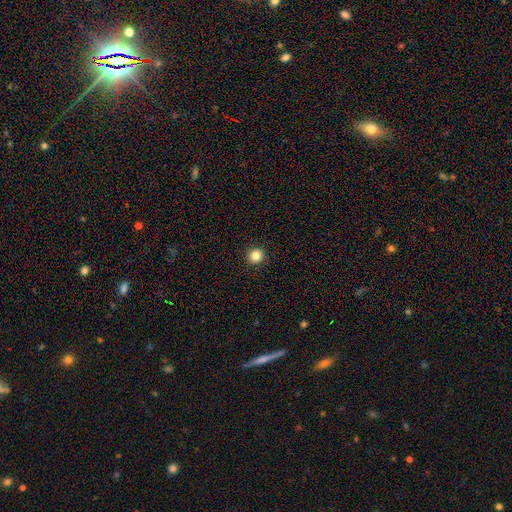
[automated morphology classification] Smooth or featured? smooth (83%)
How rounded? round (95%)
Merging? none (94%)